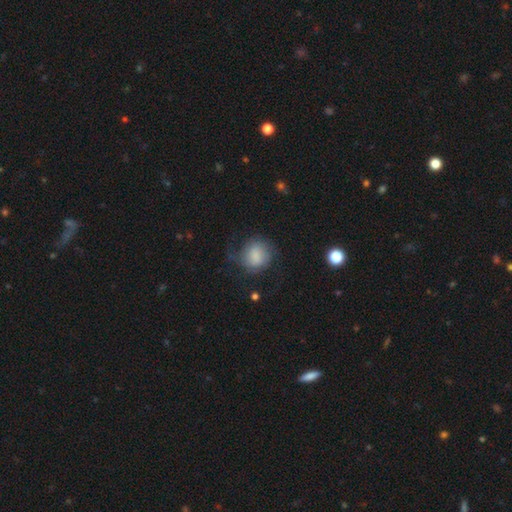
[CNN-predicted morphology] type=smooth (67%); roundness=round (77%); merging=none (48%).